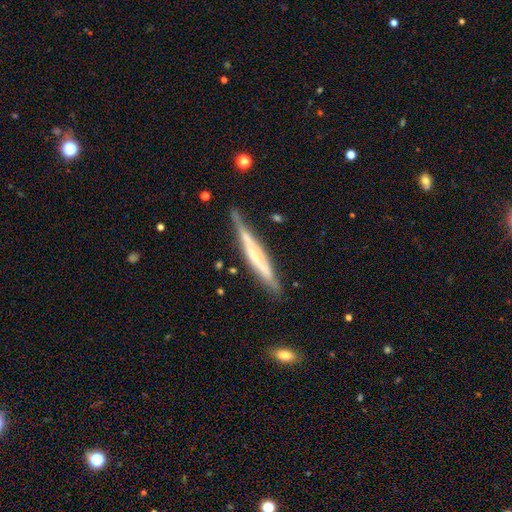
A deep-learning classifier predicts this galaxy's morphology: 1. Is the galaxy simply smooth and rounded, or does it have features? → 65% featured or disk, 29% smooth, 6% star or artifact.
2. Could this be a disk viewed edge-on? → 93% yes, 7% no.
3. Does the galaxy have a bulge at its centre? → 54% none, 32% rounded, 15% boxy.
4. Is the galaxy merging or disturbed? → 78% none, 17% minor disturbance, 3% major disturbance, 2% merger.